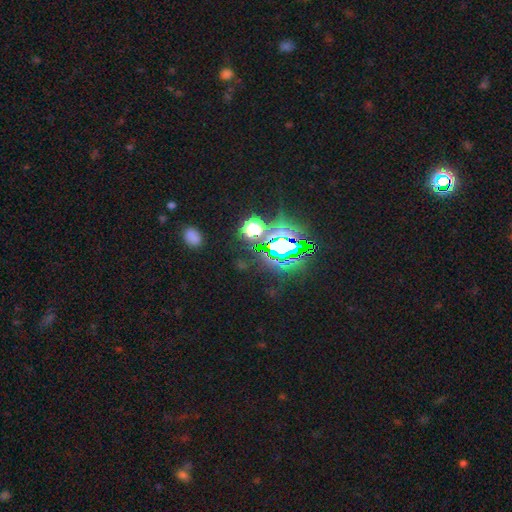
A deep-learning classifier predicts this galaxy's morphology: Smooth or featured?
  - star or artifact: 83% *
  - smooth: 11%
  - featured or disk: 6%